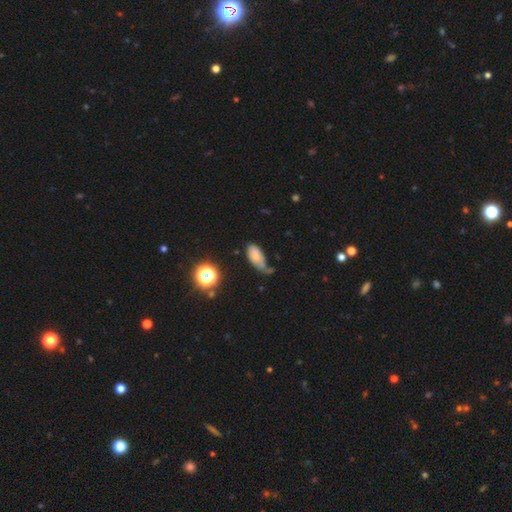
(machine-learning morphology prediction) smooth_or_featured: smooth (p=0.71) [alt: featured or disk p=0.16]
how_rounded: in between (p=0.89) [alt: round p=0.07]
merging: minor disturbance (p=0.37) [alt: none p=0.30]